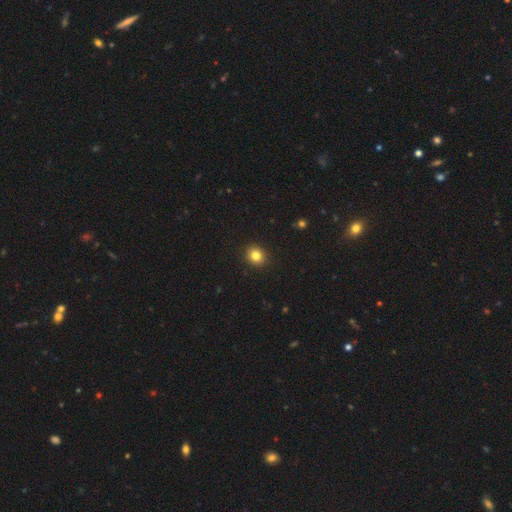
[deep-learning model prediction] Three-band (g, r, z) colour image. It shows a smooth galaxy with no disk features (83%) that is round (77%). Merging: none (92%).